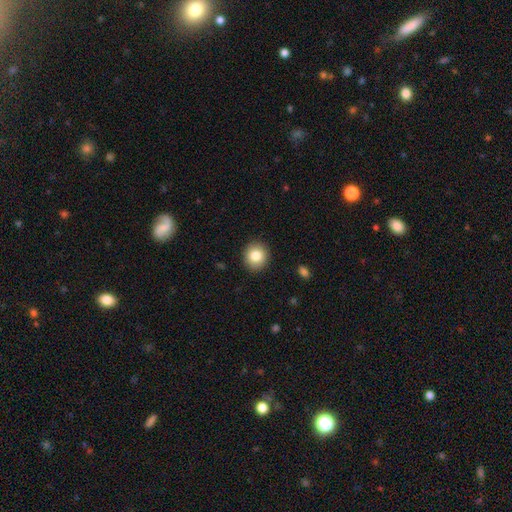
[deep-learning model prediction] Smooth or featured?
  - smooth: 83% *
  - star or artifact: 9%
  - featured or disk: 8%
How rounded?
  - round: 86% *
  - in between: 13%
  - cigar-shaped: 1%
Merging?
  - none: 91% *
  - minor disturbance: 6%
  - major disturbance: 2%
  - merger: 1%